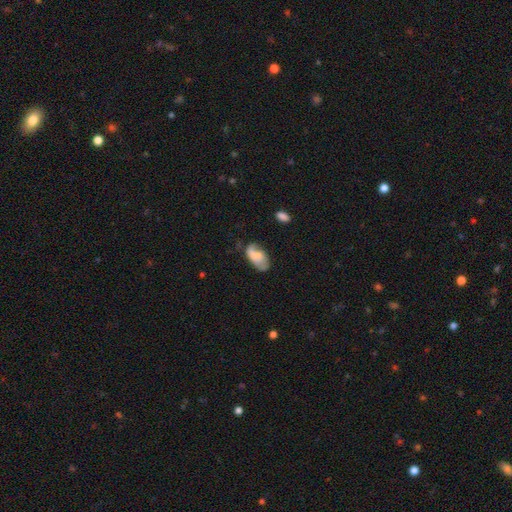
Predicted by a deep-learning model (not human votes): A smooth galaxy with no disk features (62%) that is in between round and cigar-shaped (93%).

Vote fractions:
- Smooth or featured? smooth: 62% / featured or disk: 30% / star or artifact: 8%
- How rounded? in between: 93% / round: 4% / cigar-shaped: 3%
- Merging? none: 44% / minor disturbance: 33% / major disturbance: 17% / merger: 6%